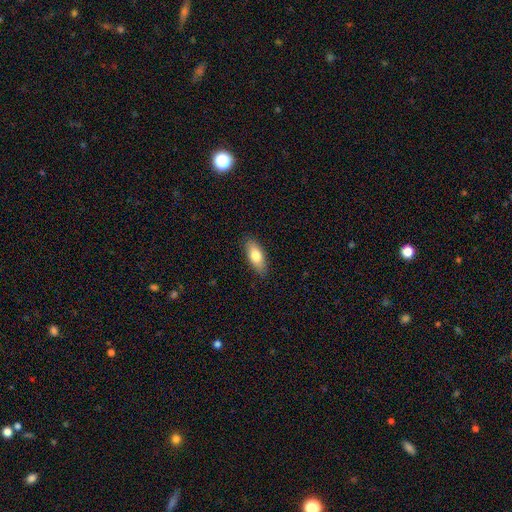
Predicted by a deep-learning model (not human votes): Q: Smooth or featured?
A: smooth (77%); runner-up: featured or disk (17%)
Q: How rounded?
A: in between (78%); runner-up: cigar-shaped (20%)
Q: Merging?
A: none (87%); runner-up: minor disturbance (10%)